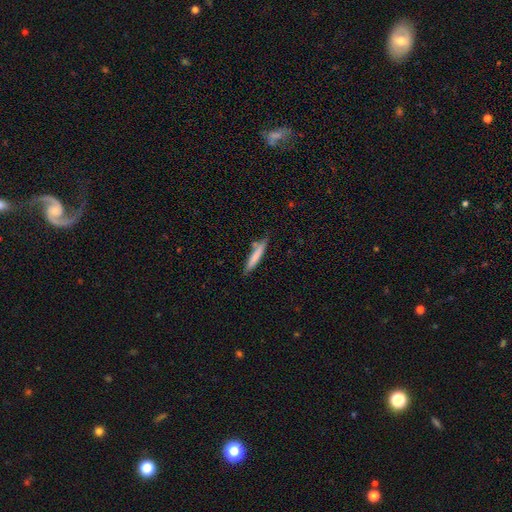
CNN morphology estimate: Smooth or featured?
  - smooth: 74% *
  - featured or disk: 20%
  - star or artifact: 6%
How rounded?
  - cigar-shaped: 92% *
  - in between: 7%
  - round: 1%
Merging?
  - none: 77% *
  - minor disturbance: 14%
  - merger: 6%
  - major disturbance: 3%